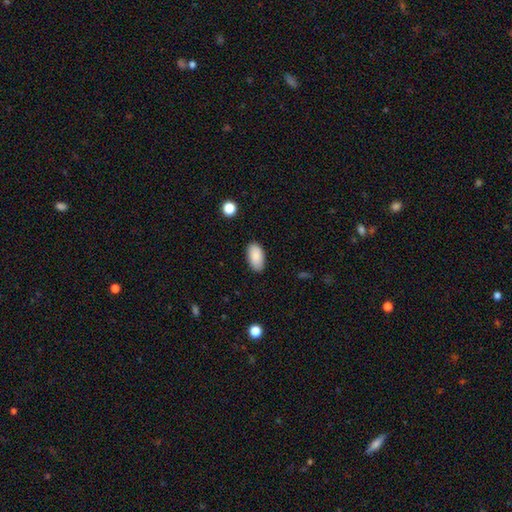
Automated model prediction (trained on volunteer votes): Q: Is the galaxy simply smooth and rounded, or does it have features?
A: smooth — 88%.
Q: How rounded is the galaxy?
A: in between — 95%.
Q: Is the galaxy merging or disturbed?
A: none — 85%.